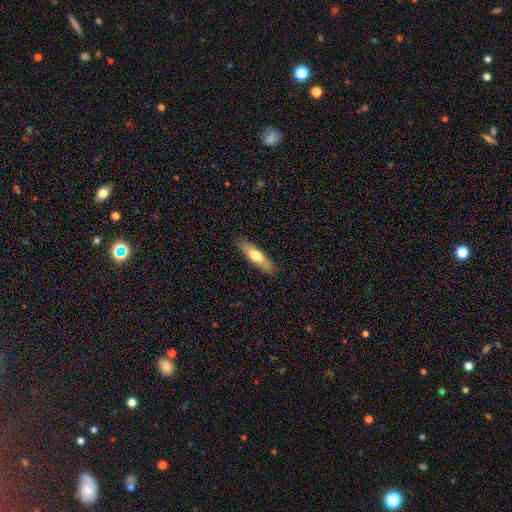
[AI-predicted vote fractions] A smooth galaxy with no disk features (58%) that is cigar-shaped (69%).

Vote fractions:
- Smooth or featured? smooth: 58% / featured or disk: 36% / star or artifact: 6%
- How rounded? cigar-shaped: 69% / in between: 29% / round: 2%
- Merging? none: 89% / minor disturbance: 8% / major disturbance: 2% / merger: 1%